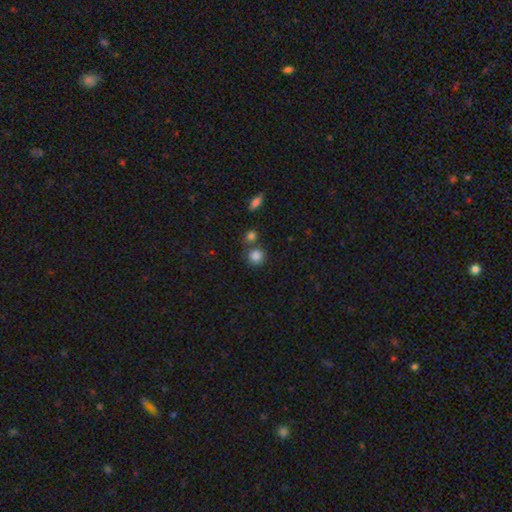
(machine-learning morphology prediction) A smooth galaxy with no disk features (84%) that is round (88%).

Vote fractions:
- Smooth or featured? smooth: 84% / star or artifact: 11% / featured or disk: 5%
- How rounded? round: 88% / in between: 11% / cigar-shaped: 1%
- Merging? none: 65% / merger: 21% / minor disturbance: 10% / major disturbance: 4%